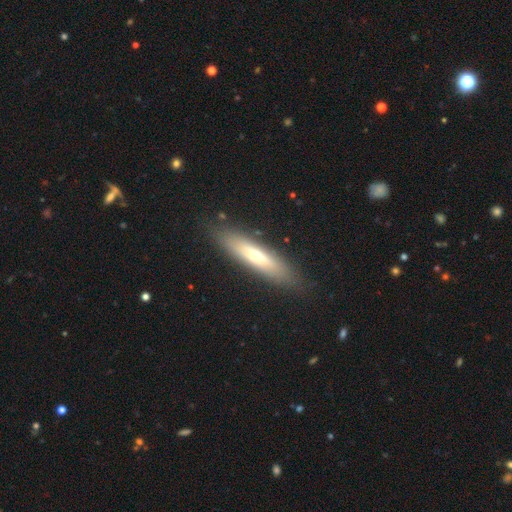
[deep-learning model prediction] Smooth or featured? Predicted: smooth (p=0.53). How rounded? Predicted: cigar-shaped (p=0.73). Merging? Predicted: none (p=0.86).